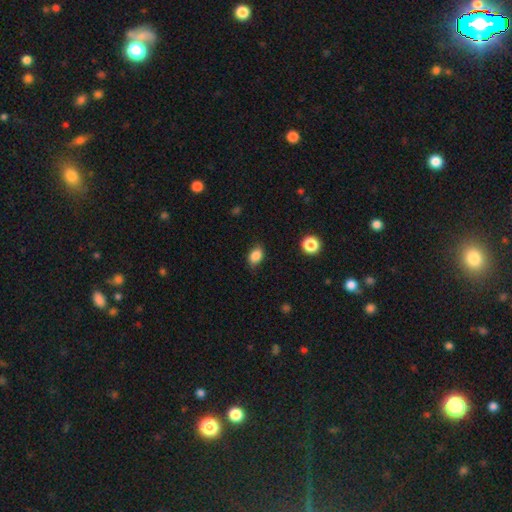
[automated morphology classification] Smooth or featured? Predicted: smooth (p=0.86). How rounded? Predicted: in between (p=0.80). Merging? Predicted: none (p=0.81).